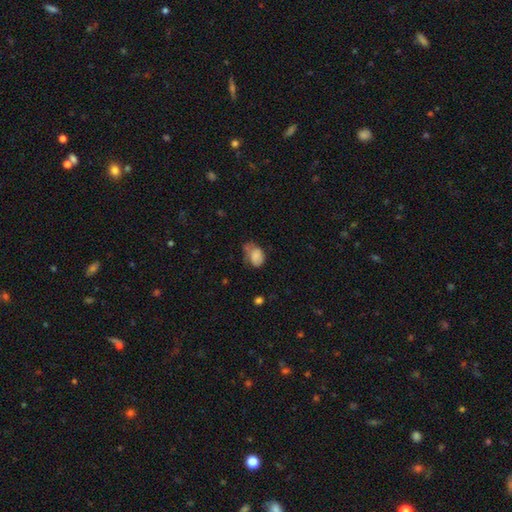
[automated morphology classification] type=smooth (78%); roundness=in between (80%); merging=minor disturbance (38%).